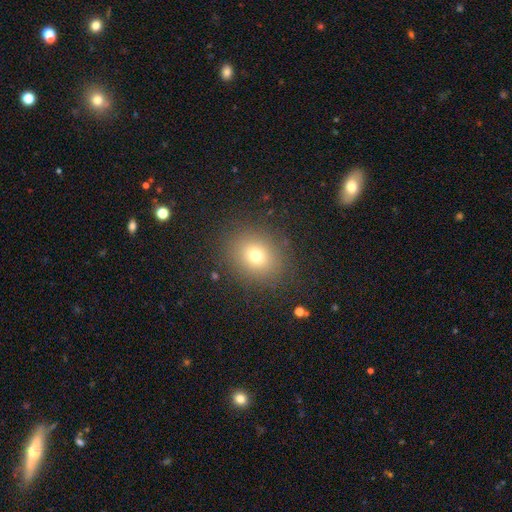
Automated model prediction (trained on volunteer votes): This is likely a smooth galaxy (72%). How rounded: likely round (71%). Merging: clearly none (87%).